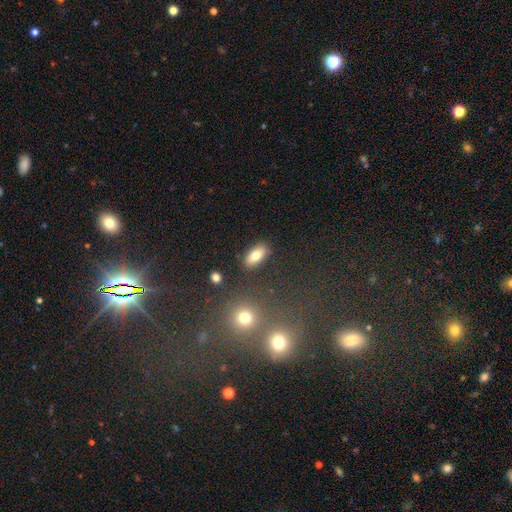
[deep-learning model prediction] The model was most divided on "smooth or featured": smooth: 80%, featured or disk: 12%, star or artifact: 8%. More confident: how rounded — in between (88%); merging — none (85%).